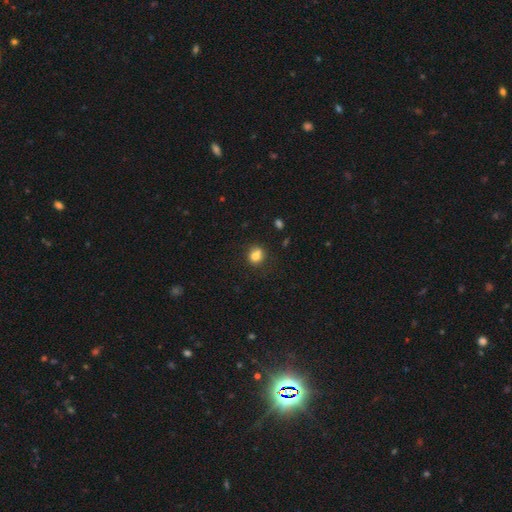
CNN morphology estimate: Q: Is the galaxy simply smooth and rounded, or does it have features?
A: smooth — 79%.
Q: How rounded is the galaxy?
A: round — 73%.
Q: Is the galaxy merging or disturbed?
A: none — 61%.